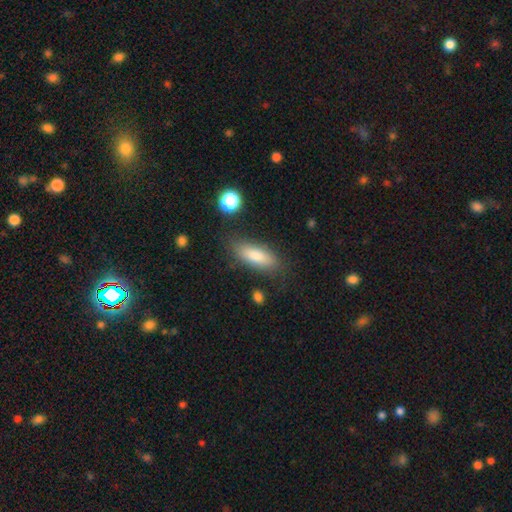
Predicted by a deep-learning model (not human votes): Overall: smooth (78%). How rounded: in between (62%; cigar-shaped 35%). Merging: none (80%).